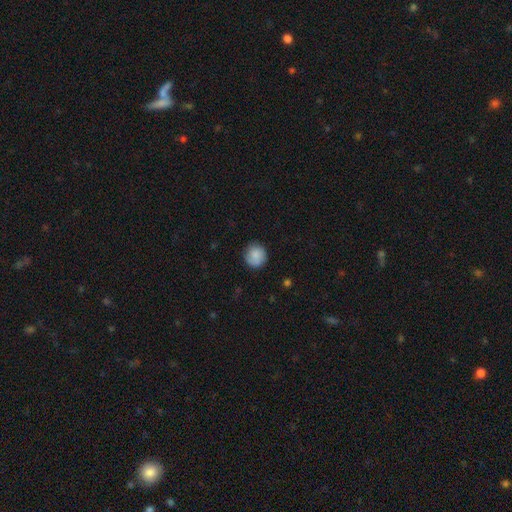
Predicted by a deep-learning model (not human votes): Q: Smooth or featured?
A: smooth (84%); runner-up: featured or disk (8%)
Q: How rounded?
A: round (90%); runner-up: in between (9%)
Q: Merging?
A: none (81%); runner-up: minor disturbance (14%)